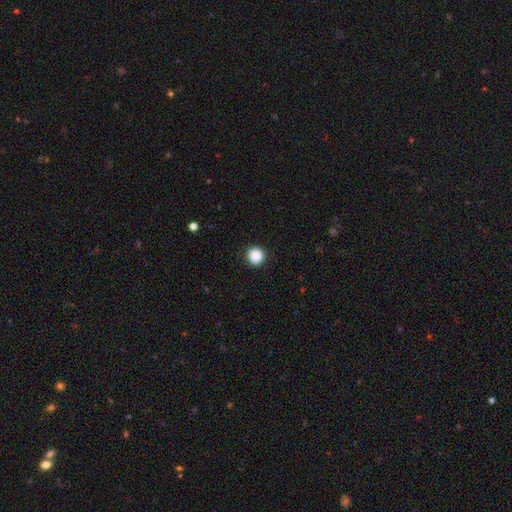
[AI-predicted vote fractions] Smooth or featured: smooth — 88% (star or artifact — 9%)
How rounded: round — 95% (in between — 4%)
Merging: none — 93% (minor disturbance — 5%)